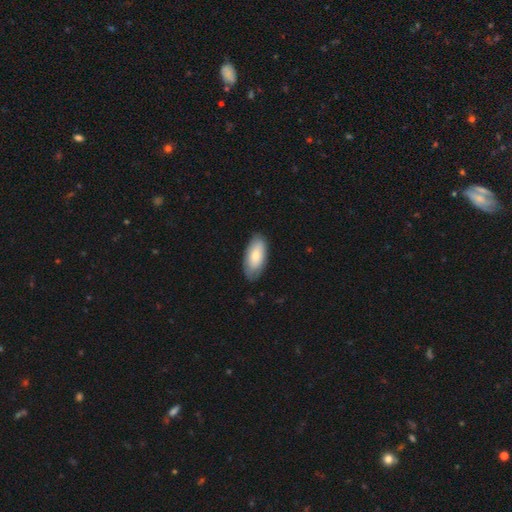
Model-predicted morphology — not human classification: Smooth or featured: smooth — 74% (featured or disk — 21%)
How rounded: in between — 90% (cigar-shaped — 8%)
Merging: none — 80% (minor disturbance — 16%)